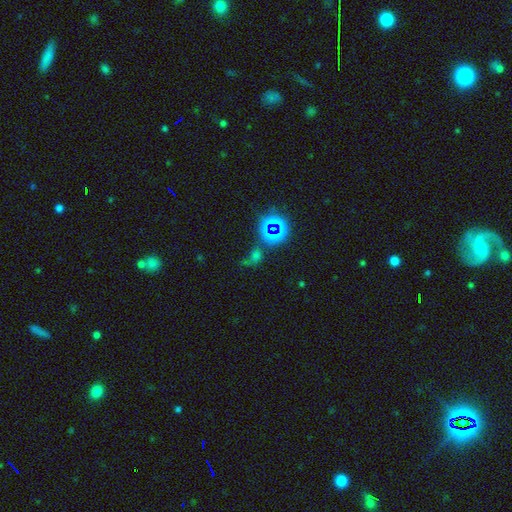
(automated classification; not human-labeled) Smooth or featured: star or artifact — 54% (smooth — 35%)